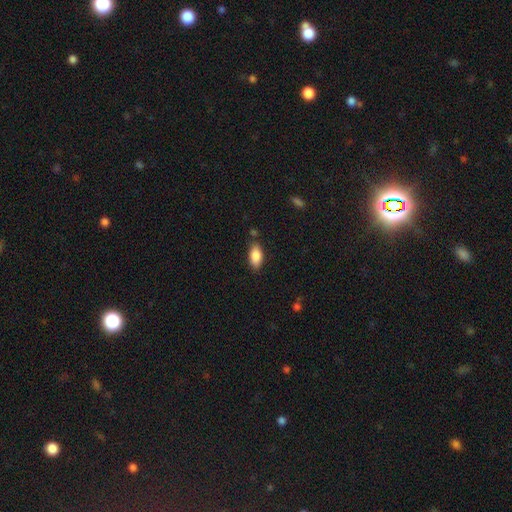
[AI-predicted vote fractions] Smooth or featured? smooth (86%)
How rounded? in between (91%)
Merging? none (79%)